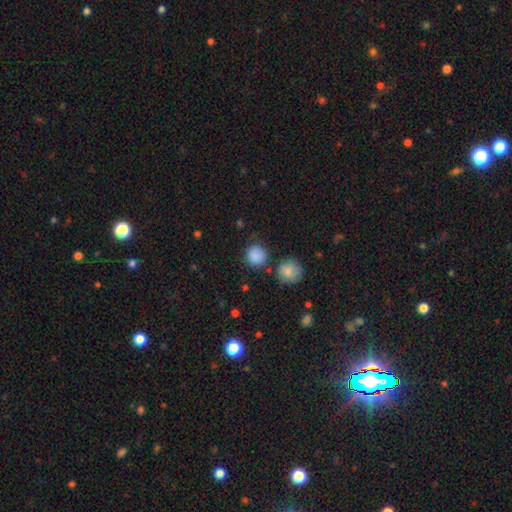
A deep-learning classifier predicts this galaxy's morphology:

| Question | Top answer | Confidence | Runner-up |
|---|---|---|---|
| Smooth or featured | smooth | 86% | star or artifact (10%) |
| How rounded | round | 90% | in between (9%) |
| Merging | none | 78% | minor disturbance (12%) |